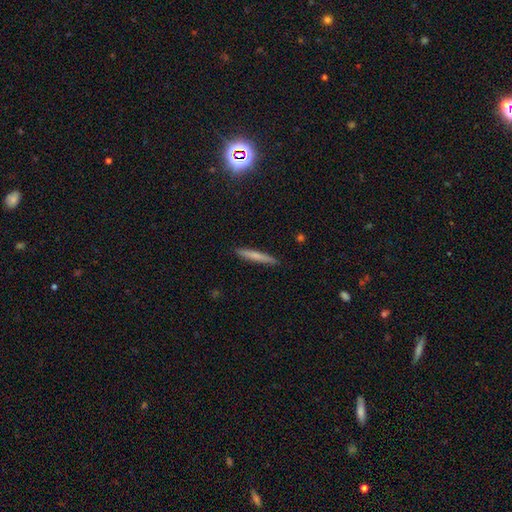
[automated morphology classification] Q: Smooth or featured?
A: smooth (66%); runner-up: featured or disk (26%)
Q: How rounded?
A: cigar-shaped (95%); runner-up: in between (4%)
Q: Merging?
A: none (91%); runner-up: minor disturbance (7%)